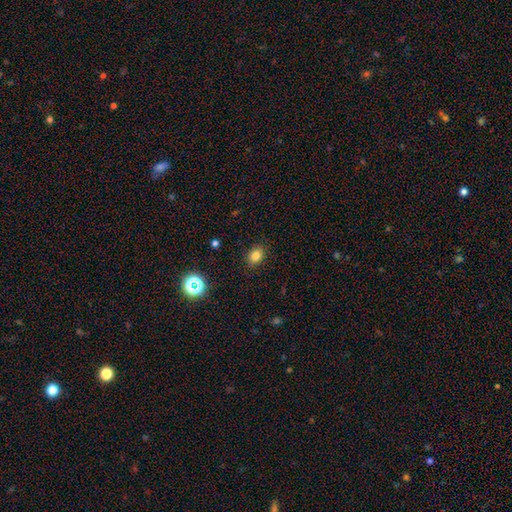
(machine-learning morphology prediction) Overall: smooth (81%). How rounded: in between (70%). Merging: none (87%).